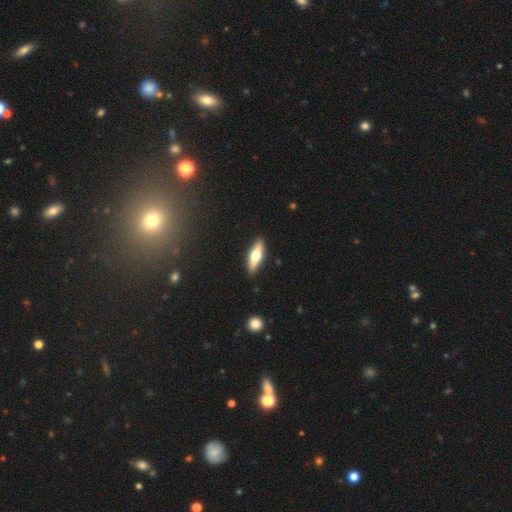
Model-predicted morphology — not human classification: smooth_or_featured: smooth (p=0.54) [alt: featured or disk p=0.40]
how_rounded: cigar-shaped (p=0.54) [alt: in between p=0.44]
merging: none (p=0.89) [alt: minor disturbance p=0.08]